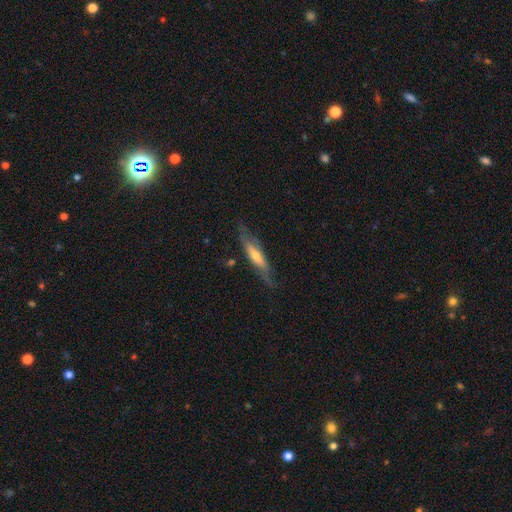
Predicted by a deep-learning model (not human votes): Q: Smooth or featured?
A: featured or disk (56%); runner-up: smooth (38%)
Q: Edge-on disk?
A: yes (75%); runner-up: no (25%)
Q: Merging?
A: none (73%); runner-up: minor disturbance (19%)